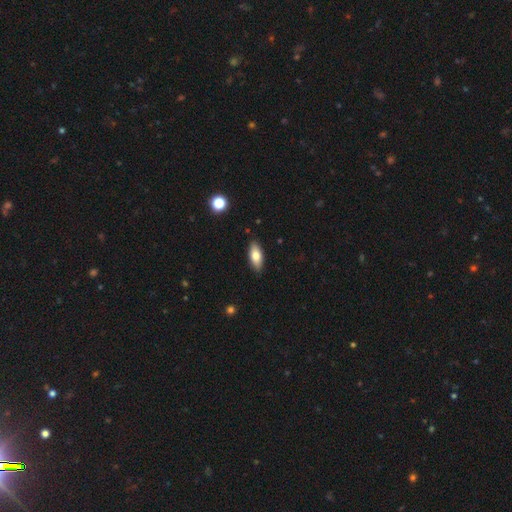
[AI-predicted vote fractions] This is likely a smooth galaxy (77%). How rounded: clearly in between (82%). Merging: clearly none (88%).